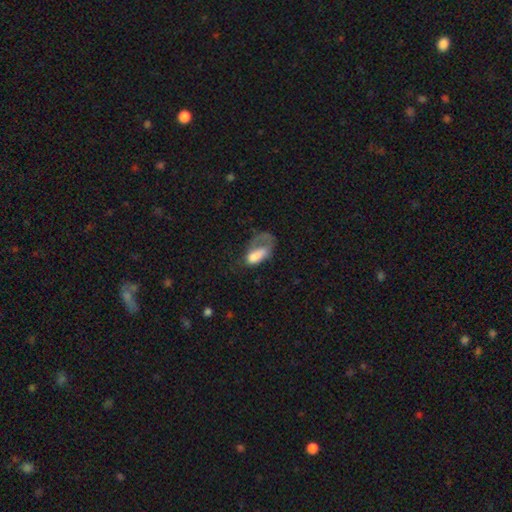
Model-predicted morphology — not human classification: Smooth or featured?
  - smooth: 59% *
  - featured or disk: 33%
  - star or artifact: 9%
How rounded?
  - in between: 88% *
  - round: 7%
  - cigar-shaped: 5%
Merging?
  - major disturbance: 60% *
  - none: 18%
  - minor disturbance: 17%
  - merger: 4%